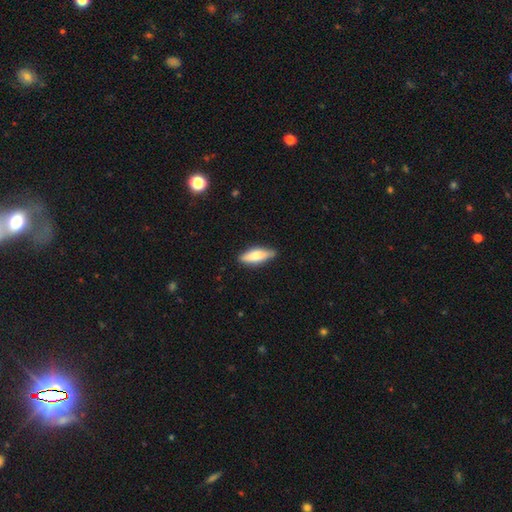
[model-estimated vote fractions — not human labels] This appears to be a smooth galaxy with no disk features (72%) that is in between round and cigar-shaped (55%). Merging: none (85%).